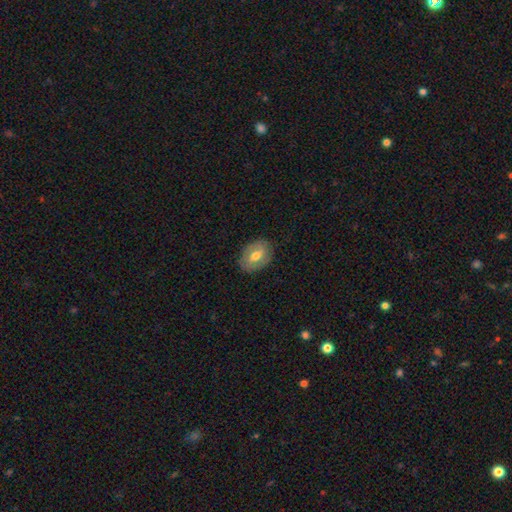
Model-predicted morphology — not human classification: Smooth or featured?
  - smooth: 53% *
  - featured or disk: 41%
  - star or artifact: 7%
How rounded?
  - in between: 81% *
  - round: 18%
  - cigar-shaped: 1%
Merging?
  - none: 82% *
  - minor disturbance: 13%
  - major disturbance: 3%
  - merger: 1%